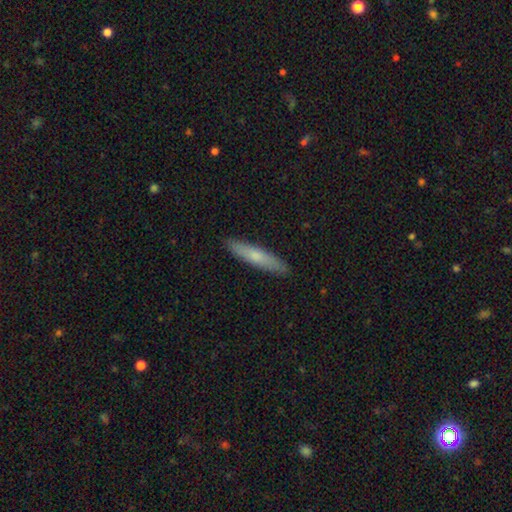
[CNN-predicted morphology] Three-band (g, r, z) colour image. It shows a smooth galaxy with no disk features (69%) that is cigar-shaped (89%). Merging: none (90%).